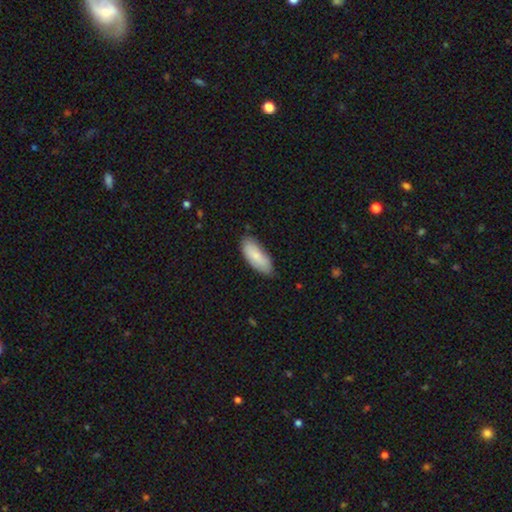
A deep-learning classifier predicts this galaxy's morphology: Overall: smooth (81%). How rounded: in between (82%). Merging: none (75%).